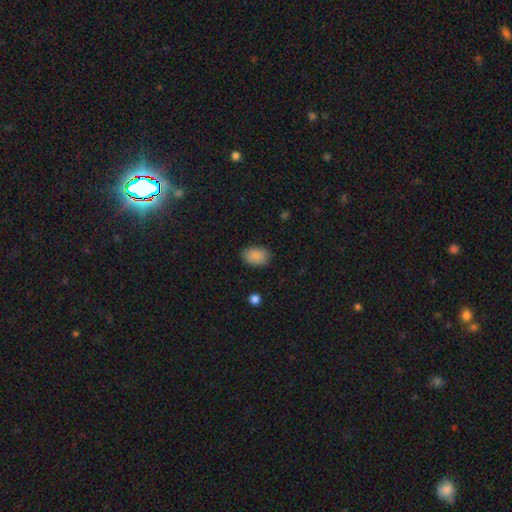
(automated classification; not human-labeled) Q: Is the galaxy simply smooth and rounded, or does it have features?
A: smooth — 89%.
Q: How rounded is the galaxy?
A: in between — 87%.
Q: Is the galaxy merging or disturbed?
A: none — 85%.